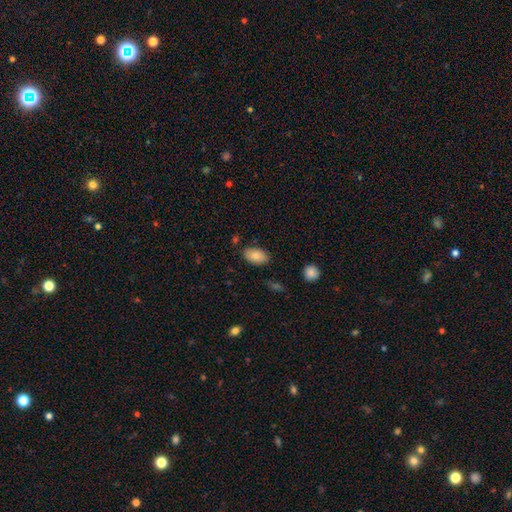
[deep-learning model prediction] Morphology: type=smooth (84%); roundness=in between (93%); merging=none (82%).